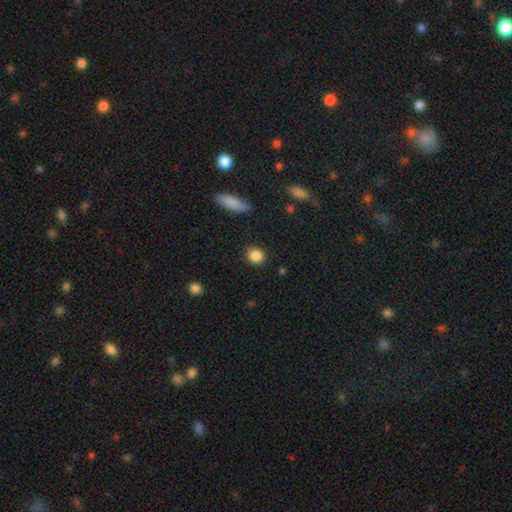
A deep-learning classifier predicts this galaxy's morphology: Smooth or featured: smooth — 87% (star or artifact — 9%)
How rounded: round — 82% (in between — 16%)
Merging: none — 83% (minor disturbance — 12%)